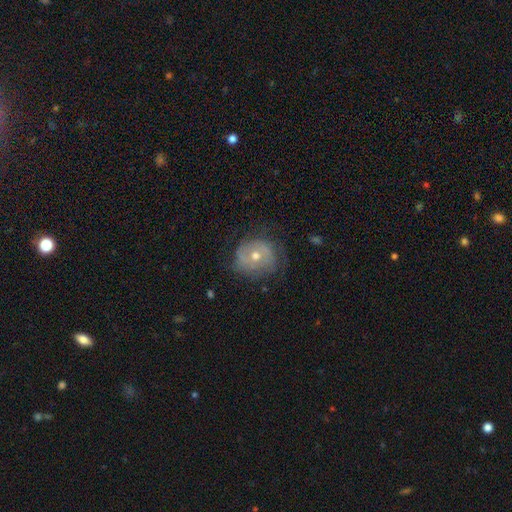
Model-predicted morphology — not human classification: smooth-or-featured: featured or disk: 58% | smooth: 32% | star or artifact: 10%
  disk-edge-on: no: 96% | yes: 4%
    bar: no: 78% | weak: 17% | strong: 5%
    has-spiral-arms: yes: 67% | no: 33%
    bulge-size: moderate: 61% | small: 35% | large: 2% | none: 1% | dominant: 1%
  merging: none: 65% | minor disturbance: 23% | major disturbance: 10% | merger: 1%